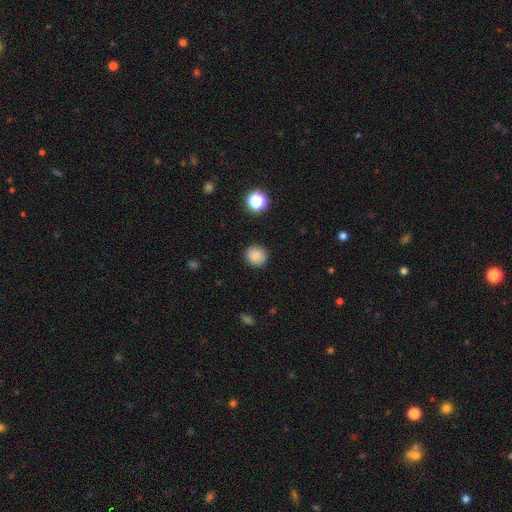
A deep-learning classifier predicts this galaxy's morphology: This appears to be a smooth galaxy with no disk features (85%) that is round (89%). Merging: none (89%).